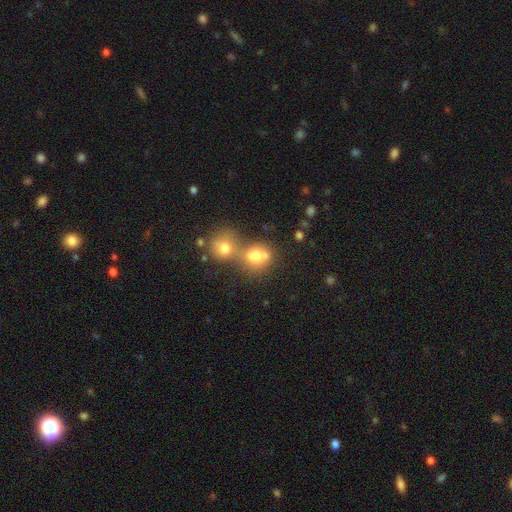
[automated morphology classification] Q: Smooth or featured?
A: smooth (70%); runner-up: featured or disk (16%)
Q: How rounded?
A: round (68%); runner-up: in between (31%)
Q: Merging?
A: merger (60%); runner-up: none (28%)